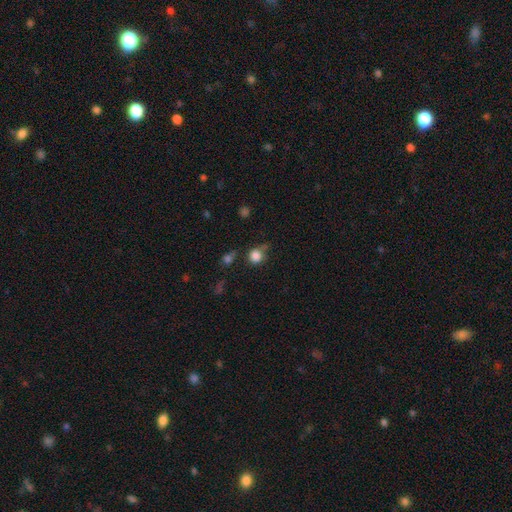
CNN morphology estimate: Smooth or featured: smooth — 83% (star or artifact — 12%)
How rounded: round — 88% (in between — 11%)
Merging: none — 64% (minor disturbance — 20%)